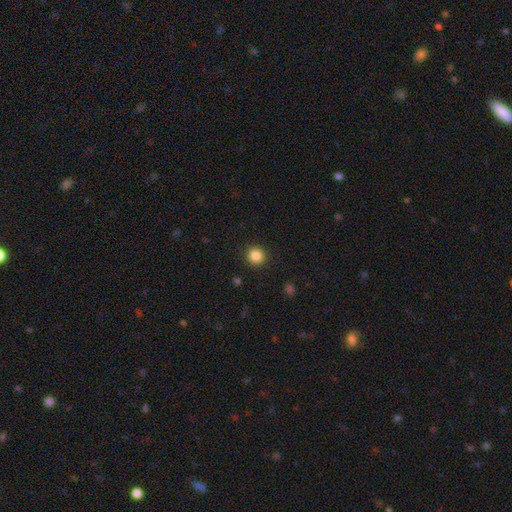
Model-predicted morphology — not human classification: Q: Smooth or featured?
A: smooth (85%); runner-up: star or artifact (10%)
Q: How rounded?
A: round (94%); runner-up: in between (5%)
Q: Merging?
A: none (92%); runner-up: minor disturbance (5%)